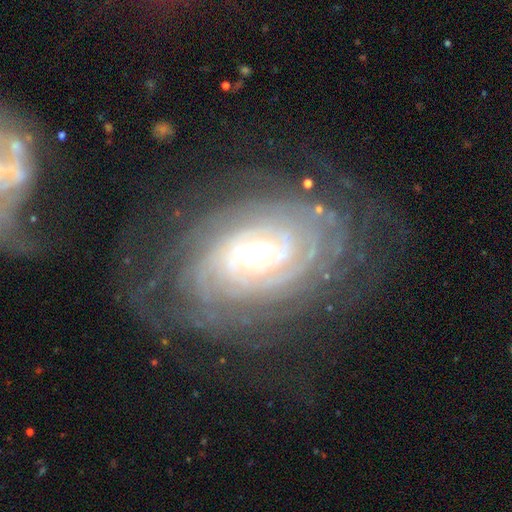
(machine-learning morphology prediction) smooth_or_featured: featured or disk (p=0.90) [alt: star or artifact p=0.05]
disk_edge_on: no (p=0.96) [alt: yes p=0.04]
bar: no (p=0.40) [alt: weak p=0.37]
has_spiral_arms: yes (p=0.97) [alt: no p=0.03]
spiral_winding: tight (p=0.83) [alt: medium p=0.14]
spiral_arm_count: can't tell (p=0.31) [alt: more than 4 p=0.20]
bulge_size: moderate (p=0.63) [alt: small p=0.27]
merging: none (p=0.75) [alt: minor disturbance p=0.15]